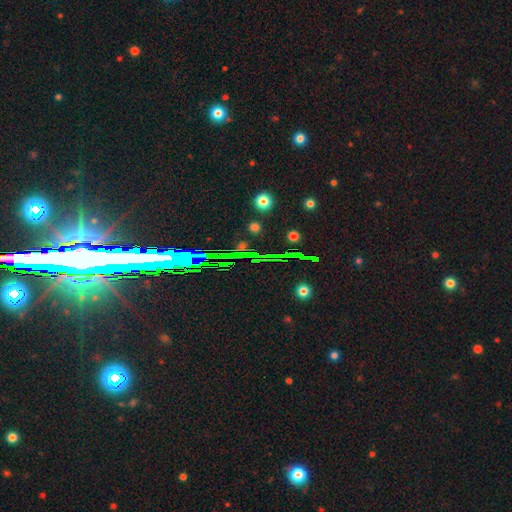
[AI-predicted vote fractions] star or artifact 71%, featured or disk 18%, smooth 11%.